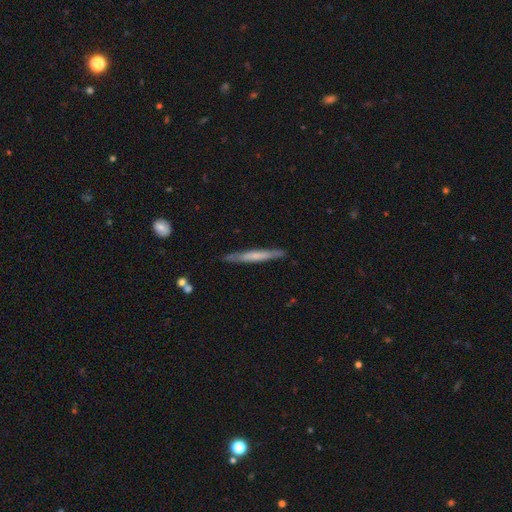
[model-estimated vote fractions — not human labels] Smooth or featured? smooth (51%)
How rounded? cigar-shaped (96%)
Merging? none (87%)